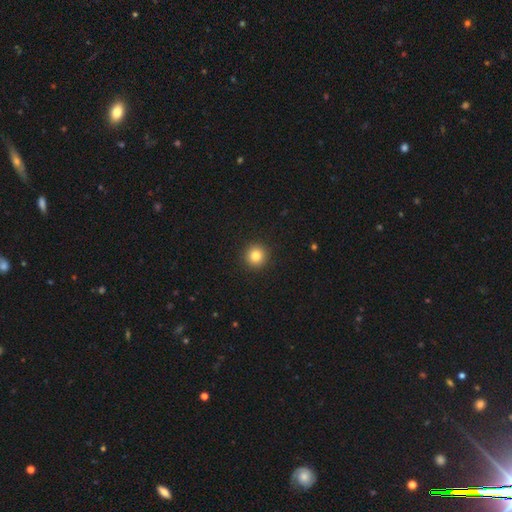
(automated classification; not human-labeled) smooth 83%, star or artifact 11%, featured or disk 6%. Down the decision tree: how rounded — round (95%); merging — none (93%).